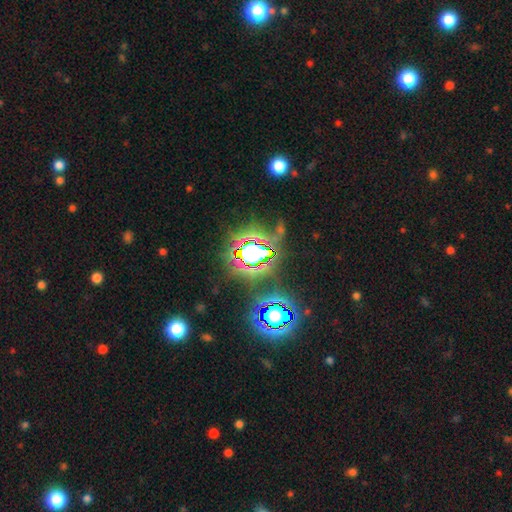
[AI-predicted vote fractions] Overall: star or artifact (81%).